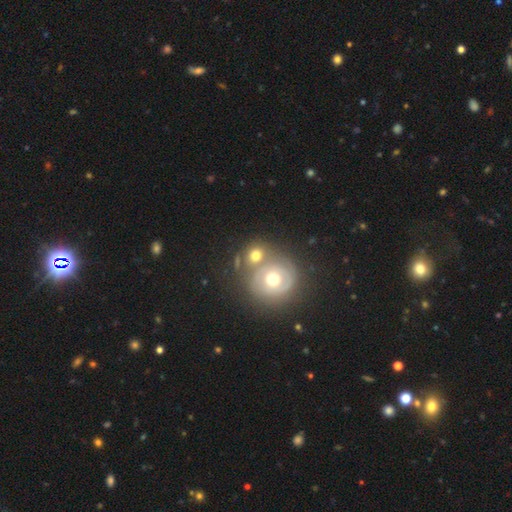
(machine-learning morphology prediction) Smooth or featured?
  - smooth: 56% *
  - featured or disk: 34%
  - star or artifact: 10%
How rounded?
  - round: 80% *
  - in between: 19%
  - cigar-shaped: 1%
Merging?
  - merger: 44% *
  - none: 40%
  - minor disturbance: 10%
  - major disturbance: 6%